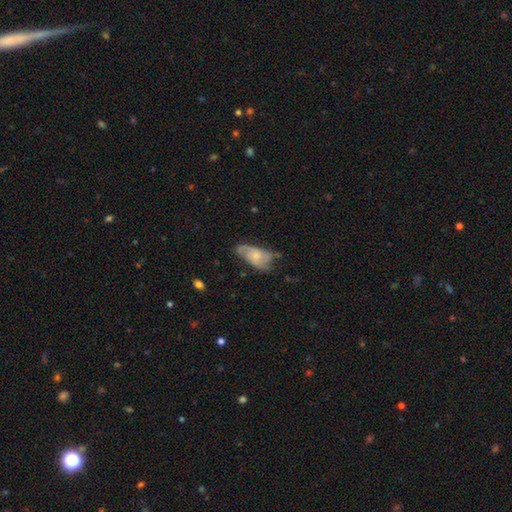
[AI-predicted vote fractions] The model was most divided on "bulge size": small: 51%, moderate: 36%, none: 8%, large: 4%, dominant: 1%. More confident: edge-on disk — no (94%); spiral arms — yes (85%); bar — no (73%); smooth or featured — featured or disk (61%); merging — none (53%).